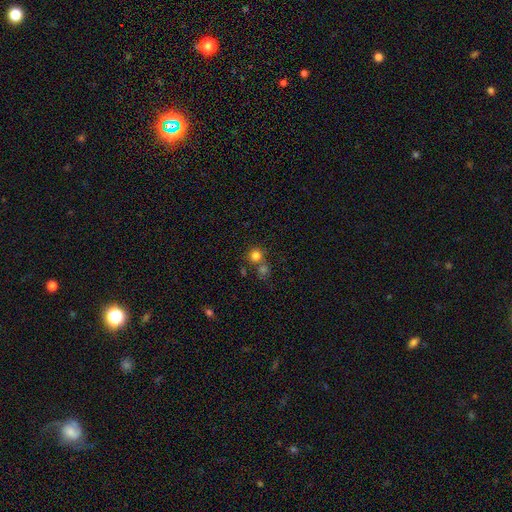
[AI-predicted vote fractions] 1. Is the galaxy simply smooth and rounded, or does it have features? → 78% smooth, 15% star or artifact, 7% featured or disk.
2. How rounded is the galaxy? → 90% round, 9% in between, 1% cigar-shaped.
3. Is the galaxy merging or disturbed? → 61% none, 27% merger, 8% minor disturbance, 4% major disturbance.